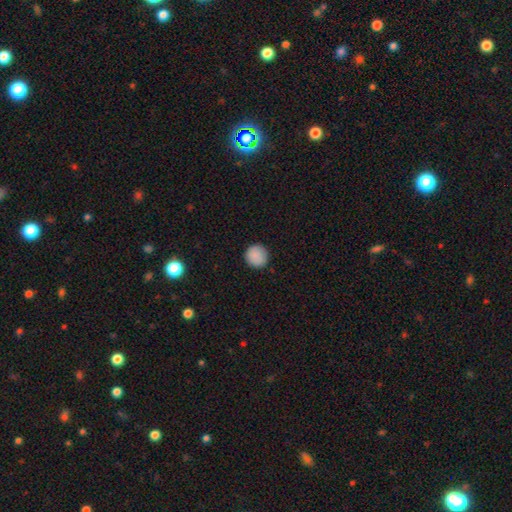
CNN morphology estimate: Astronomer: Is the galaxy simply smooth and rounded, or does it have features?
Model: smooth — 88%.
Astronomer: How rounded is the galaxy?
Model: round — 95%.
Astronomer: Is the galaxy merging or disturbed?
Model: none — 91%.